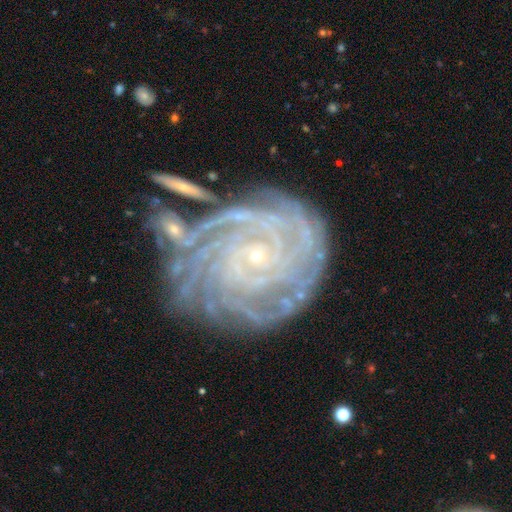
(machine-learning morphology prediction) This is clearly a featured or disk galaxy (89%). It is clearly not viewed edge-on (97%). Bar: likely no (75%). Spiral arm pattern: clearly yes (97%). Spiral arm count: marginally more than 4 (24%, tied with 4). Spiral winding: clearly tight (85%). Central bulge: clearly small (87%). Merging: likely none (64%).